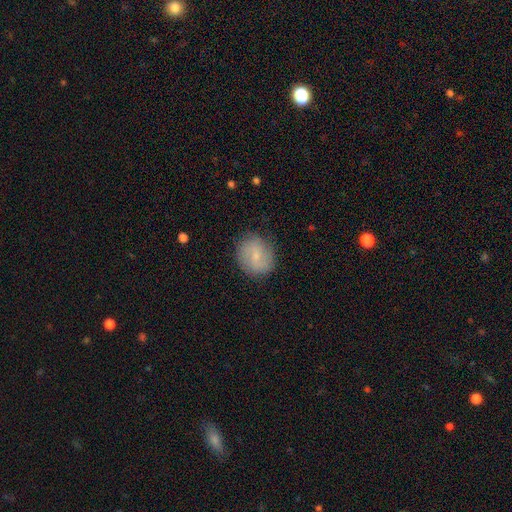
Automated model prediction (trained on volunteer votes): A smooth galaxy with no disk features (54%) that is round (68%). Merging: none (81%).